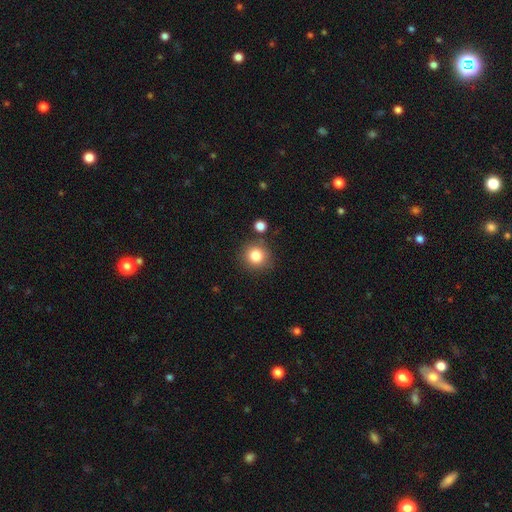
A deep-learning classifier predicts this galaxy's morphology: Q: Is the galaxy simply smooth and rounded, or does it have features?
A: smooth — 83%.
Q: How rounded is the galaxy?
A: round — 91%.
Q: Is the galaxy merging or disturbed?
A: none — 81%.